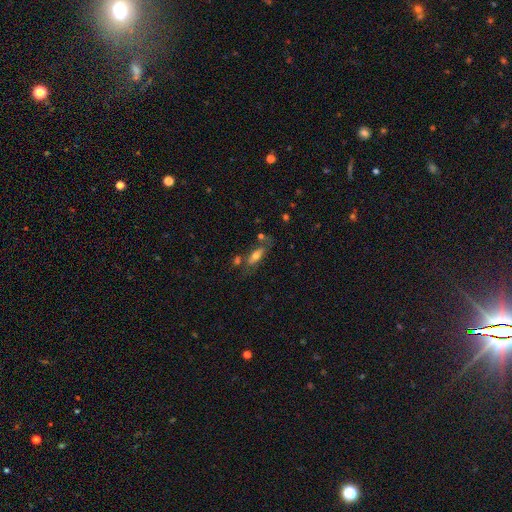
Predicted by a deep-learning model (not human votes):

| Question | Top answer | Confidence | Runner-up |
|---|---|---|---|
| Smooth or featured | smooth | 54% | featured or disk (37%) |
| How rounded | in between | 62% | cigar-shaped (35%) |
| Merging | none | 55% | minor disturbance (19%) |